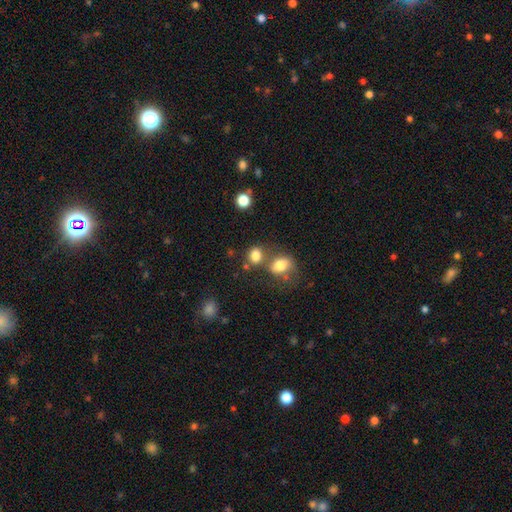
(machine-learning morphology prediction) type=smooth (80%); roundness=round (53%); merging=none (50%).